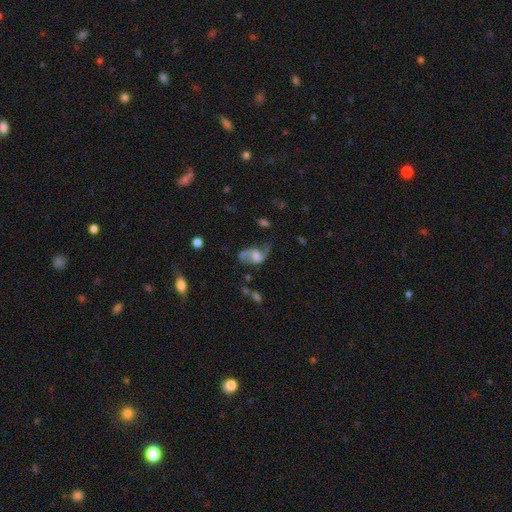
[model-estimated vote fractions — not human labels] Overall: featured or disk (60%; smooth 29%). Edge-on disk: no (96%). Bar: no (55%; weak 36%). Spiral arms: yes (75%). Bulge size: none (34%; moderate 25%). Merging: none (37%; major disturbance 33%).